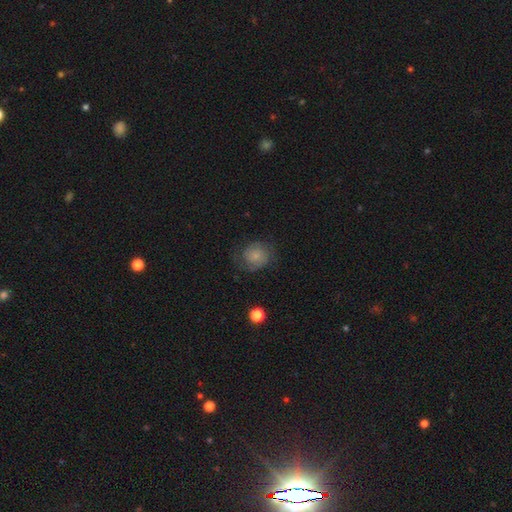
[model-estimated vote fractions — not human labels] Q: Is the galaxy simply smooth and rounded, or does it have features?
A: smooth — 52%.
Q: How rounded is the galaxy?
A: round — 79%.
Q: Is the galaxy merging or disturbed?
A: none — 67%.